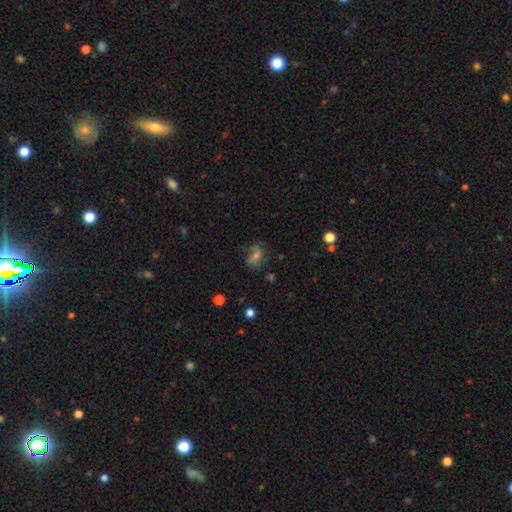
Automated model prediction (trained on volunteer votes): smooth-or-featured: featured or disk: 40% | smooth: 38% | star or artifact: 22%
  merging: none: 52% | minor disturbance: 23% | major disturbance: 20% | merger: 6%